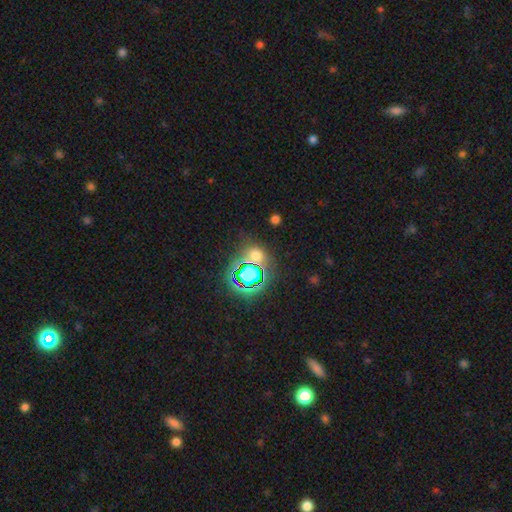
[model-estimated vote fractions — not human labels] This is possibly a star or artifact rather than a galaxy (47%).